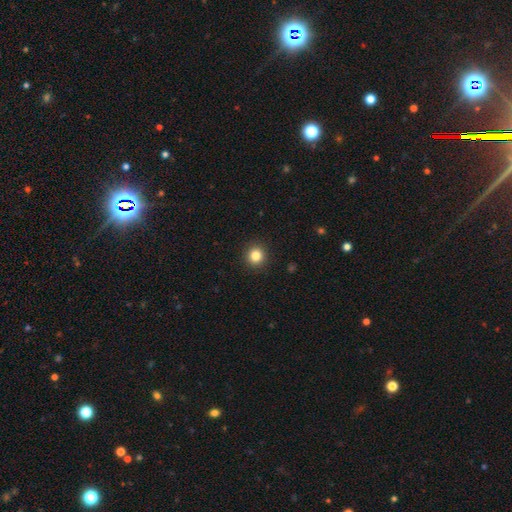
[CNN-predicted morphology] This appears to be a smooth galaxy with no disk features (84%) that is round (92%). Merging: none (92%).